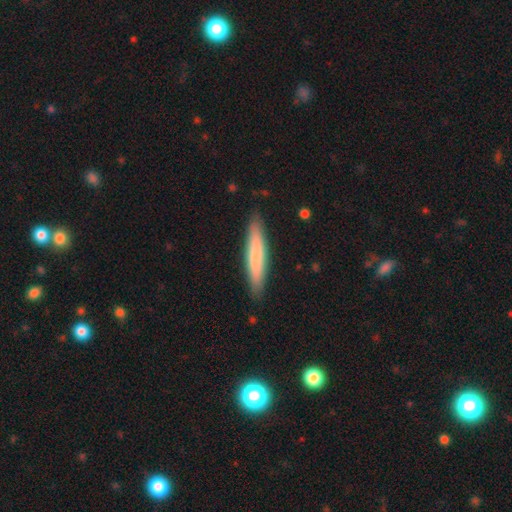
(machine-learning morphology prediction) type=smooth (74%); roundness=cigar-shaped (90%); merging=none (88%).